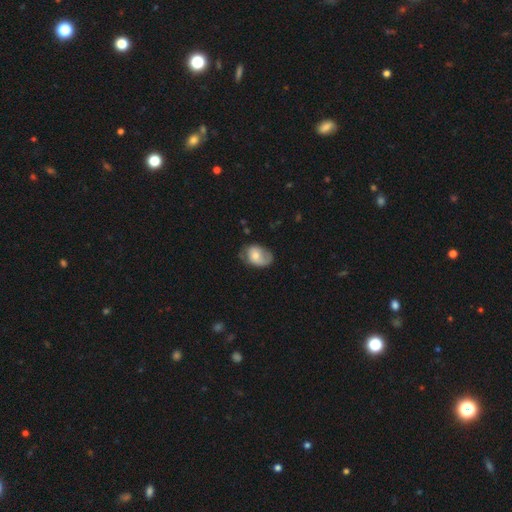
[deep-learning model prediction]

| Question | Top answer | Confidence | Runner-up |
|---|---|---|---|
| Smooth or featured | smooth | 48% | featured or disk (45%) |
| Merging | none | 51% | minor disturbance (31%) |